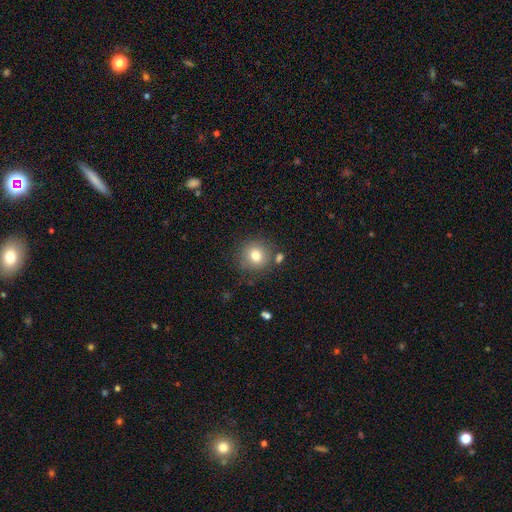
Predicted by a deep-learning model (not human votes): Smooth or featured: smooth — 78% (star or artifact — 12%)
How rounded: round — 90% (in between — 9%)
Merging: none — 79% (minor disturbance — 10%)